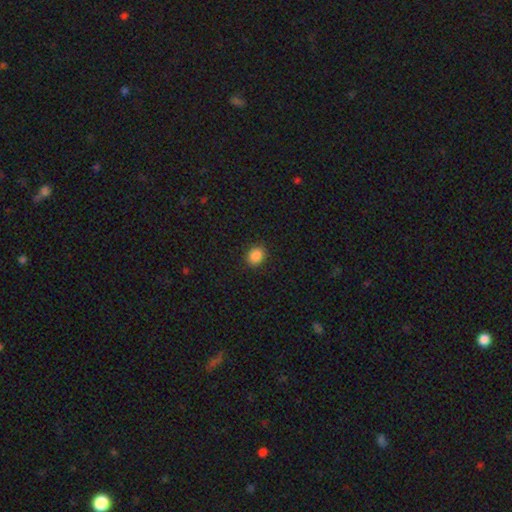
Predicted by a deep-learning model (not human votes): Smooth or featured? Predicted: smooth (p=0.87). How rounded? Predicted: round (p=0.59). Merging? Predicted: none (p=0.90).